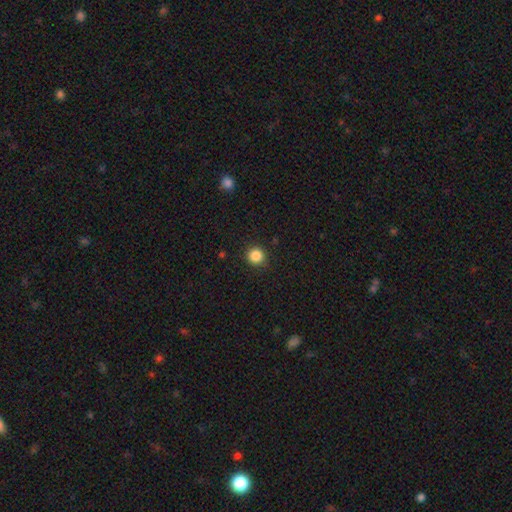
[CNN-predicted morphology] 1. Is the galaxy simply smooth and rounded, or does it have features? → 86% smooth, 11% star or artifact, 3% featured or disk.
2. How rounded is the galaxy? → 93% round, 6% in between, 1% cigar-shaped.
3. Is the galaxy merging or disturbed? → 91% none, 6% minor disturbance, 2% major disturbance, 1% merger.